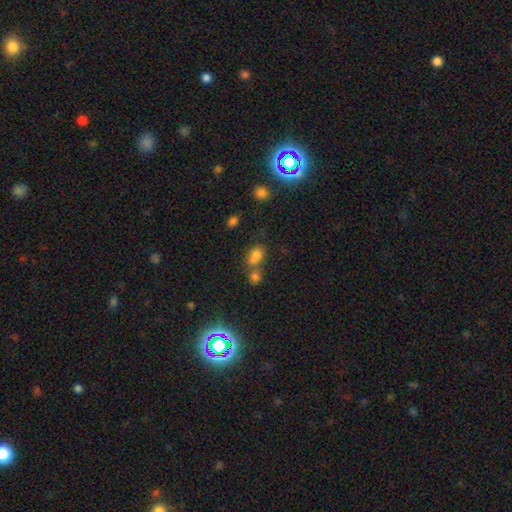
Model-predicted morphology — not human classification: This is likely a smooth galaxy (73%). How rounded: likely in between (68%). Merging: possibly merger (50%).